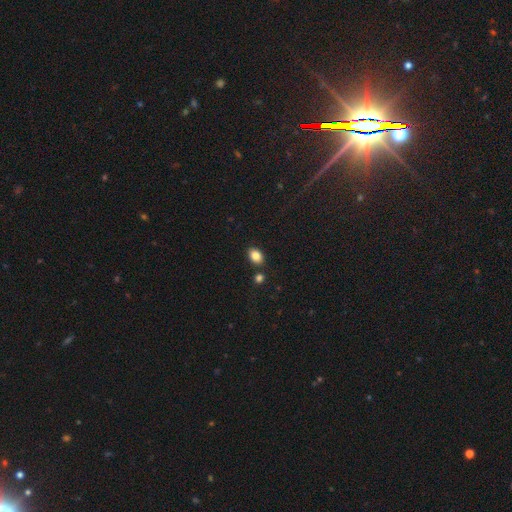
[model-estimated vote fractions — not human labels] smooth 84%, star or artifact 9%, featured or disk 6%. Down the decision tree: how rounded — in between (77%); merging — none (82%).